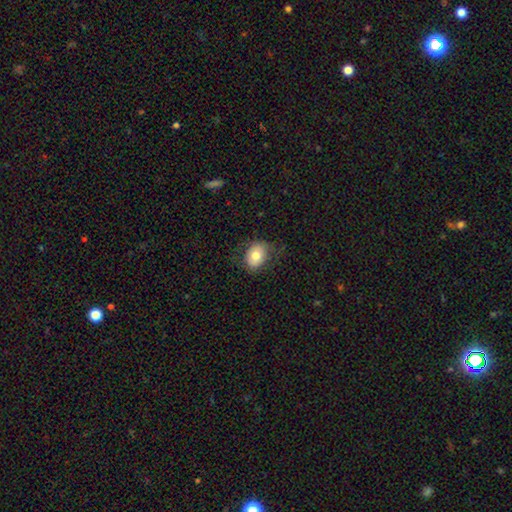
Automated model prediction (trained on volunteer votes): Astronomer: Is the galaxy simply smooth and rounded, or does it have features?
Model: smooth — 75%.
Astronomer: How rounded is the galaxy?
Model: in between — 70%.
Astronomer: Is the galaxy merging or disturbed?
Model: none — 71%.